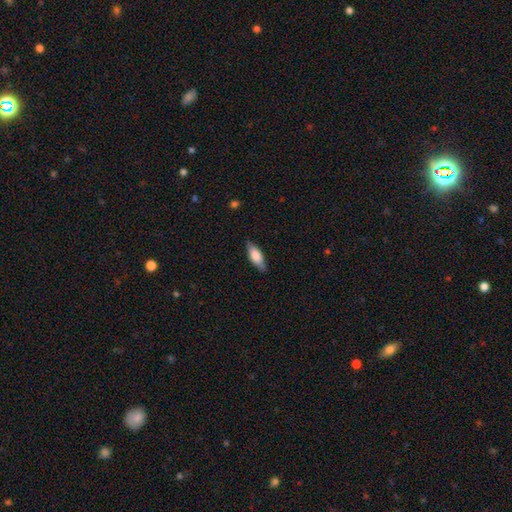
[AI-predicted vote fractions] Smooth or featured: smooth — 71% (featured or disk — 23%)
How rounded: in between — 71% (cigar-shaped — 27%)
Merging: none — 83% (minor disturbance — 13%)